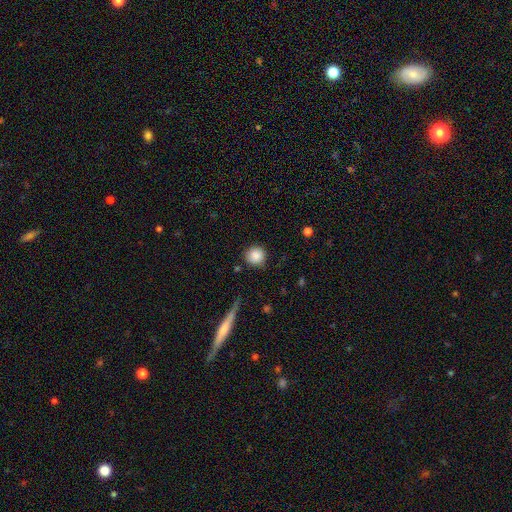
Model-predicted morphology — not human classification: type=smooth (86%); roundness=round (93%); merging=none (85%).